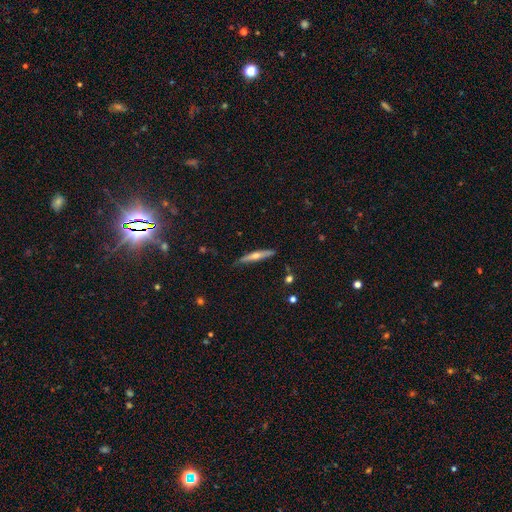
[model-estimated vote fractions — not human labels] Smooth or featured?
  - featured or disk: 56% *
  - smooth: 37%
  - star or artifact: 7%
Edge-on disk?
  - yes: 95% *
  - no: 5%
Edge-on bulge?
  - rounded: 81% *
  - none: 15%
  - boxy: 4%
Merging?
  - none: 84% *
  - minor disturbance: 13%
  - major disturbance: 2%
  - merger: 2%